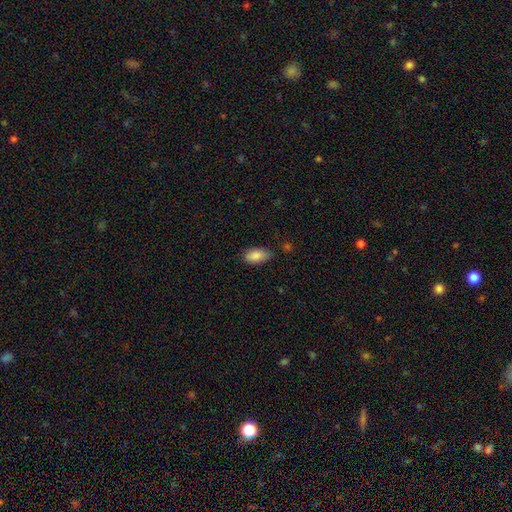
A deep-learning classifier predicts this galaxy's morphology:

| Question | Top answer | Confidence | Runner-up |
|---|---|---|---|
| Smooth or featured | smooth | 87% | star or artifact (7%) |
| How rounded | in between | 92% | cigar-shaped (5%) |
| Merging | none | 76% | minor disturbance (19%) |